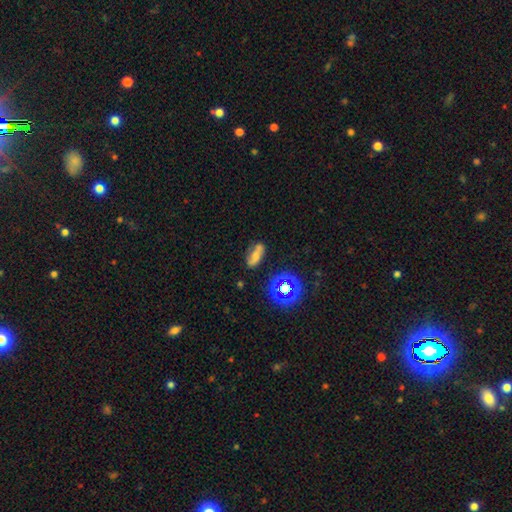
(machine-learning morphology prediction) A smooth galaxy with no disk features (50%) that is in between round and cigar-shaped (72%).

Vote fractions:
- Smooth or featured? smooth: 50% / featured or disk: 31% / star or artifact: 18%
- How rounded? in between: 72% / cigar-shaped: 18% / round: 9%
- Merging? none: 67% / minor disturbance: 20% / major disturbance: 7% / merger: 6%